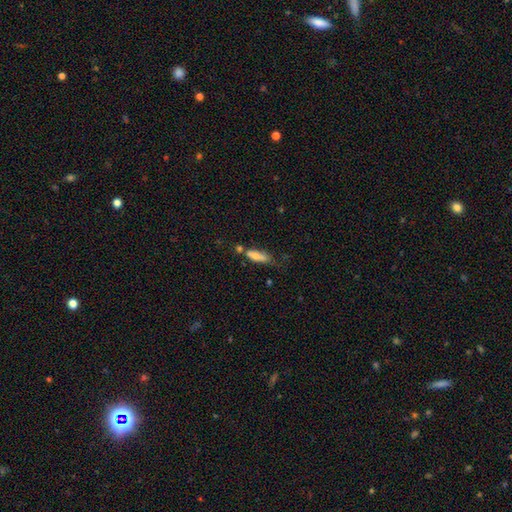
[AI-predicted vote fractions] smooth-or-featured: smooth: 72% | featured or disk: 20% | star or artifact: 8%
  how-rounded: in between: 51% | cigar-shaped: 47% | round: 2%
  merging: none: 39% | minor disturbance: 28% | merger: 21% | major disturbance: 13%